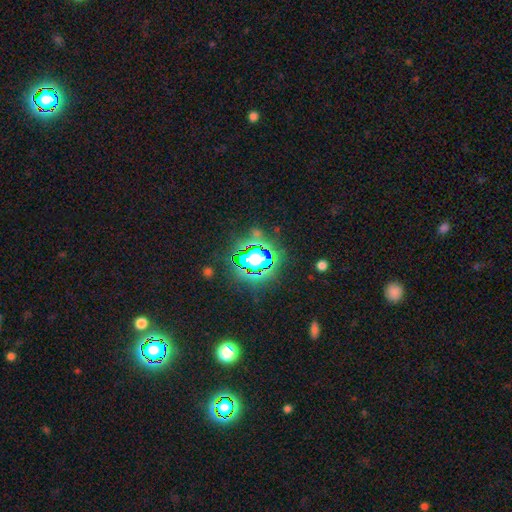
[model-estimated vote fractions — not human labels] Overall: star or artifact (79%).